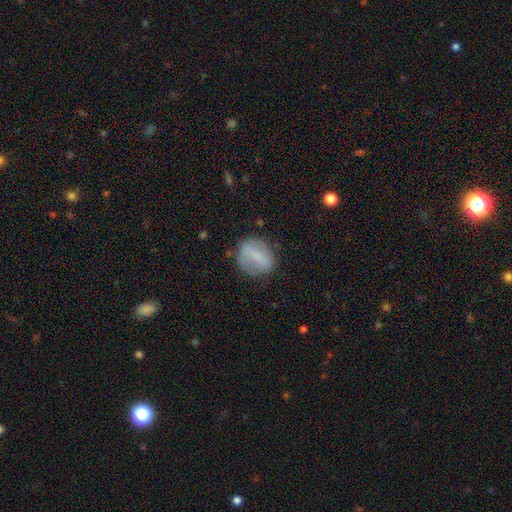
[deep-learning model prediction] Smooth or featured? smooth (61%)
How rounded? round (56%)
Merging? none (72%)